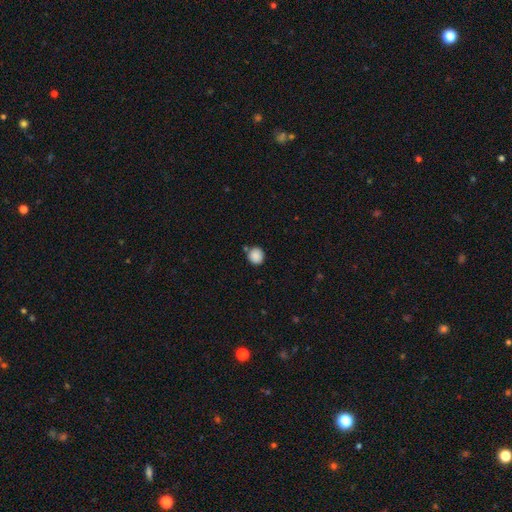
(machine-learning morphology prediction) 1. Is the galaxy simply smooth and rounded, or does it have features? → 88% smooth, 9% star or artifact, 3% featured or disk.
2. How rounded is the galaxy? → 88% round, 11% in between, 1% cigar-shaped.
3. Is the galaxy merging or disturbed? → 79% none, 11% minor disturbance, 7% merger, 3% major disturbance.